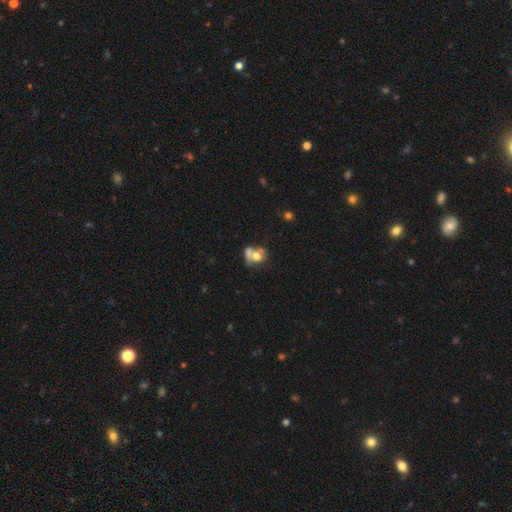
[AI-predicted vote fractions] This appears to be a smooth galaxy with no disk features (59%) that is round (52%). Merging: merger (57%).